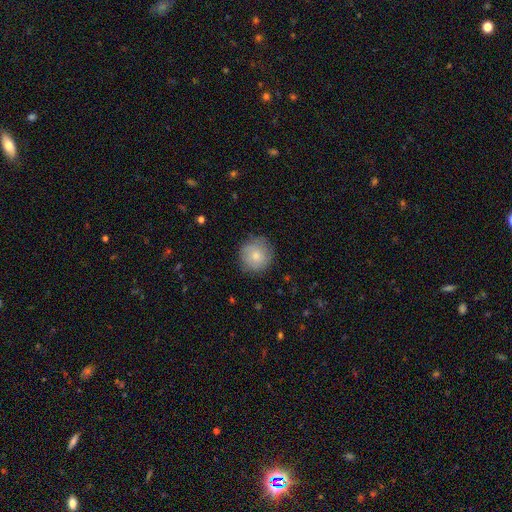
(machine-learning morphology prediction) Smooth or featured?
  - smooth: 74% *
  - featured or disk: 19%
  - star or artifact: 7%
How rounded?
  - round: 93% *
  - in between: 6%
  - cigar-shaped: 1%
Merging?
  - none: 79% *
  - minor disturbance: 16%
  - major disturbance: 4%
  - merger: 1%